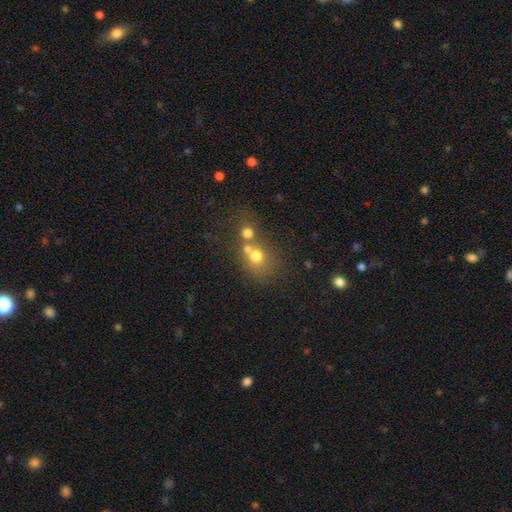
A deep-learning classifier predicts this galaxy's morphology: Smooth or featured? smooth (65%)
How rounded? round (77%)
Merging? merger (48%)